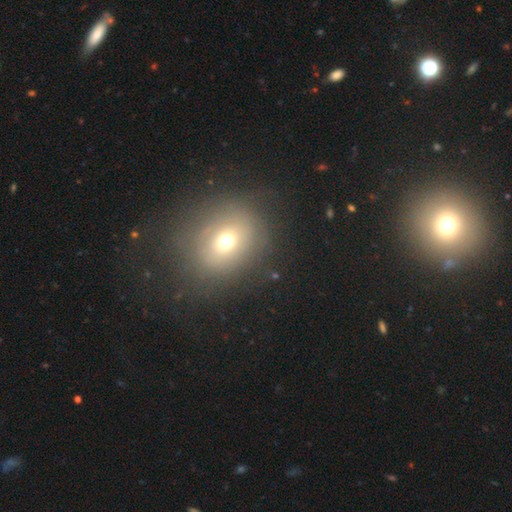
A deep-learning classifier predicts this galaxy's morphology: The model was most divided on "how rounded": round: 61%, in between: 38%, cigar-shaped: 2%. More confident: merging — none (81%); smooth or featured — smooth (55%).